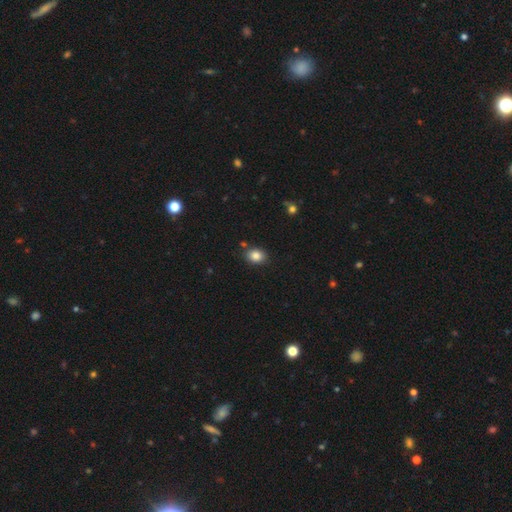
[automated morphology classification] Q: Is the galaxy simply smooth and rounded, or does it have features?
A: smooth — 84%.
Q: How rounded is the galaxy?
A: in between — 58%.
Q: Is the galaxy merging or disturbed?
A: none — 83%.